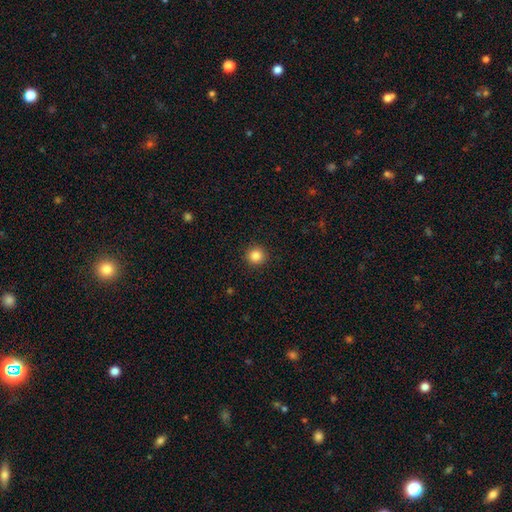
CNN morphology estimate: This appears to be a smooth galaxy with no disk features (86%) that is round (95%). Merging: none (93%).